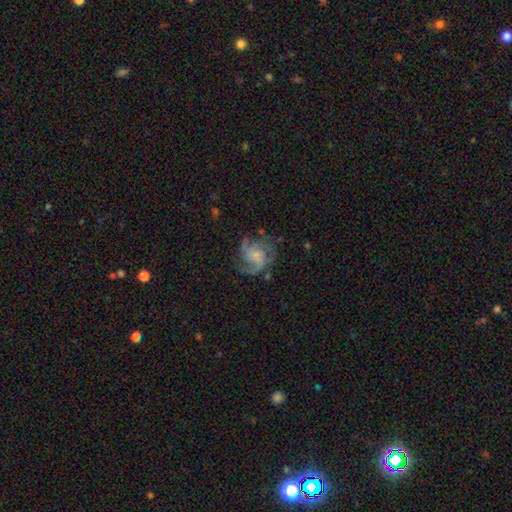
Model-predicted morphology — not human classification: A featured or disk galaxy (83%) with no bar (69%), 3 (39%) medium (50%) spiral arms (96%) and a small central bulge (64%).

Vote fractions:
- Smooth or featured? featured or disk: 83% / smooth: 10% / star or artifact: 6%
- Edge-on disk? no: 98% / yes: 2%
- Bar? no: 69% / weak: 27% / strong: 4%
- Spiral arms? yes: 96% / no: 4%
- Spiral winding? medium: 50% / tight: 29% / loose: 21%
- Spiral arm count? 3: 39% / 2: 24% / can't tell: 15% / 4: 10% / 1: 6% / more than 4: 6%
- Bulge size? small: 64% / moderate: 24% / none: 9% / large: 2% / dominant: 1%
- Merging? none: 66% / minor disturbance: 19% / major disturbance: 13% / merger: 2%